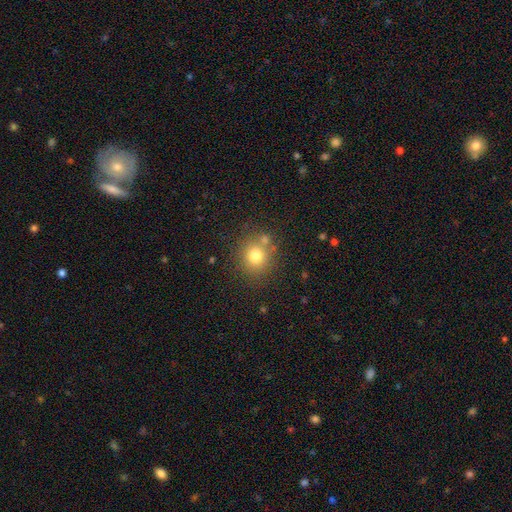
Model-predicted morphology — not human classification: Smooth or featured? smooth (76%)
How rounded? round (84%)
Merging? none (74%)